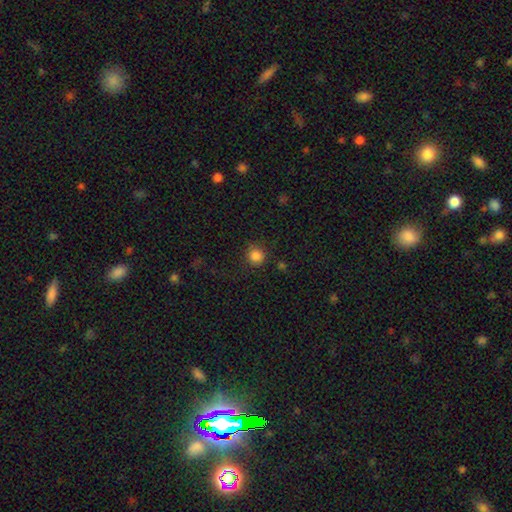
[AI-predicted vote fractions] This appears to be a smooth galaxy with no disk features (85%) that is round (92%). Merging: none (87%).